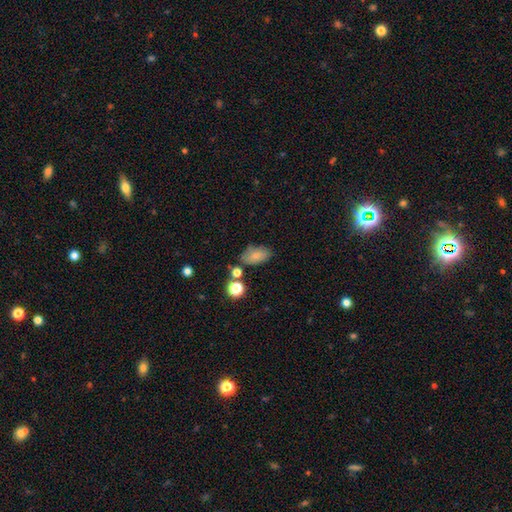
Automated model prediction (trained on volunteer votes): smooth-or-featured: smooth: 78% | featured or disk: 11% | star or artifact: 10%
  how-rounded: in between: 89% | round: 8% | cigar-shaped: 2%
  merging: none: 69% | minor disturbance: 18% | merger: 8% | major disturbance: 5%